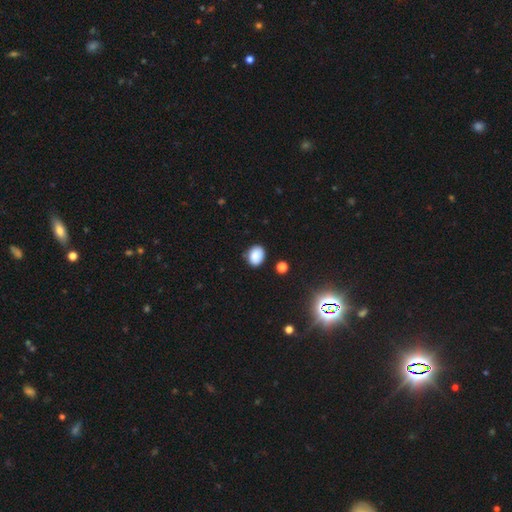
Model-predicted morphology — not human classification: A smooth galaxy with no disk features (85%) that is in between round and cigar-shaped (55%). Merging: none (80%).